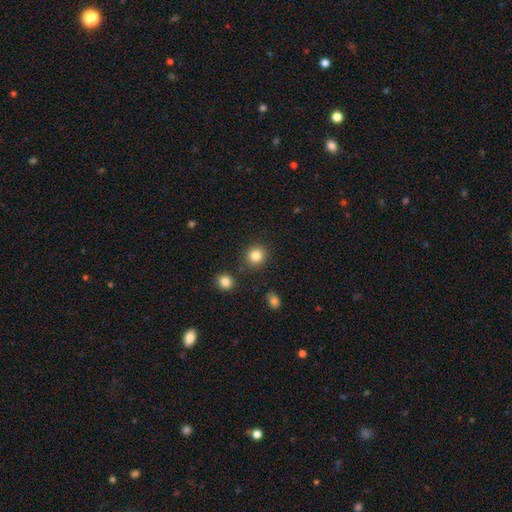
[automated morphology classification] Smooth or featured?
  - smooth: 84% *
  - star or artifact: 11%
  - featured or disk: 5%
How rounded?
  - round: 89% *
  - in between: 10%
  - cigar-shaped: 1%
Merging?
  - none: 88% *
  - minor disturbance: 7%
  - merger: 3%
  - major disturbance: 2%